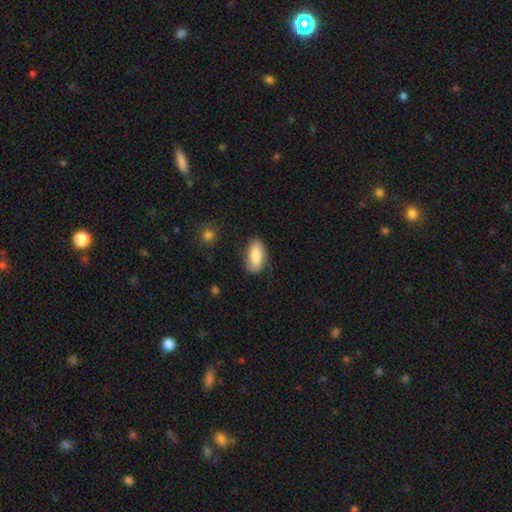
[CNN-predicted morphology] smooth 84%, featured or disk 10%, star or artifact 6%. Down the decision tree: how rounded — in between (90%); merging — none (71%).